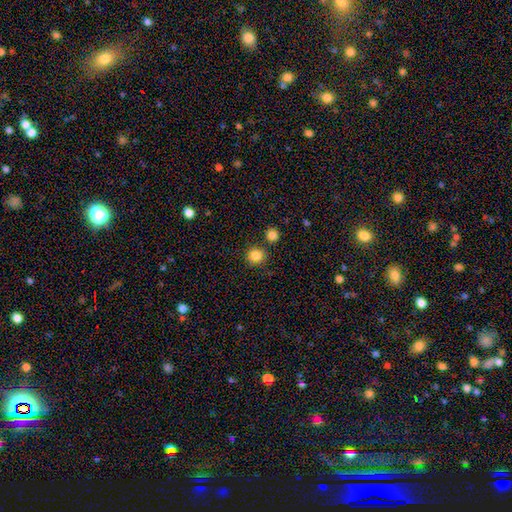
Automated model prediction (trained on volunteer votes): Smooth or featured: smooth — 85% (star or artifact — 11%)
How rounded: round — 92% (in between — 8%)
Merging: none — 84% (merger — 7%)